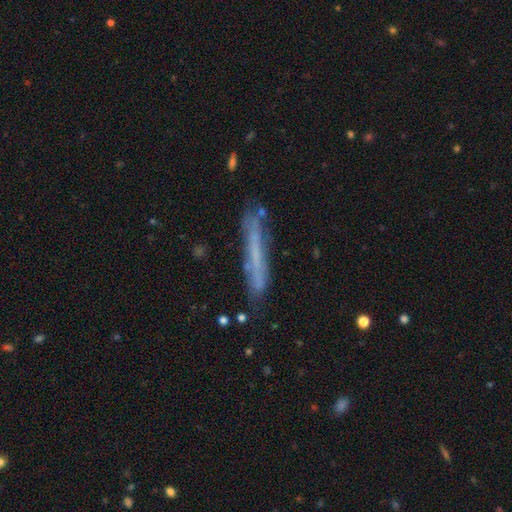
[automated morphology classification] Q: Smooth or featured?
A: smooth (46%); runner-up: featured or disk (45%)
Q: Merging?
A: none (75%); runner-up: minor disturbance (17%)